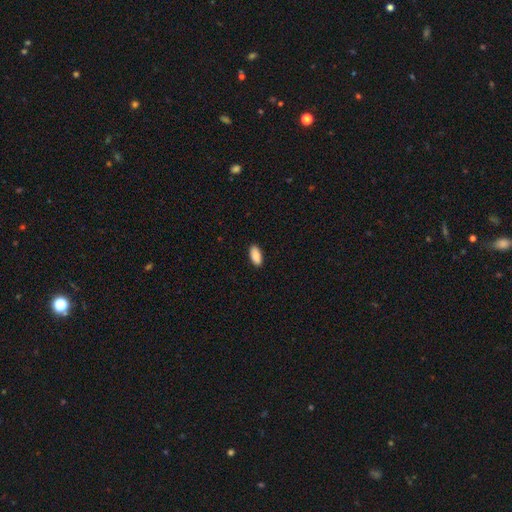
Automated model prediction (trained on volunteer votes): Smooth or featured?
  - smooth: 90% *
  - star or artifact: 6%
  - featured or disk: 4%
How rounded?
  - in between: 91% *
  - cigar-shaped: 7%
  - round: 2%
Merging?
  - none: 90% *
  - minor disturbance: 8%
  - major disturbance: 2%
  - merger: 1%